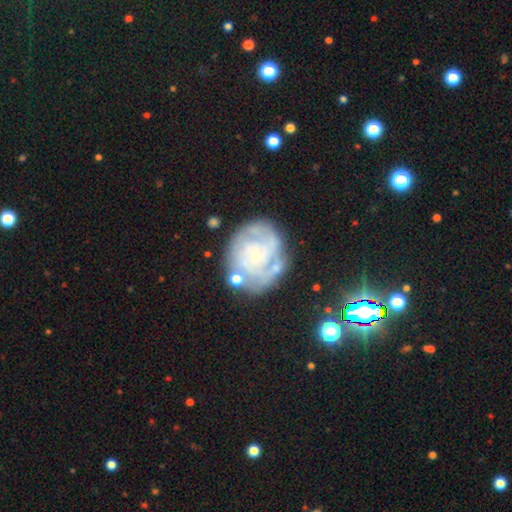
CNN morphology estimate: The model was most divided on "spiral arm count": can't tell: 40%, 2: 21%, 3: 19%, 4: 10%, 1: 5%, more than 4: 5%. More confident: edge-on disk — no (98%); spiral arms — yes (85%); bulge size — small (78%); smooth or featured — featured or disk (76%); bar — no (72%); merging — none (64%); spiral winding — tight (62%).